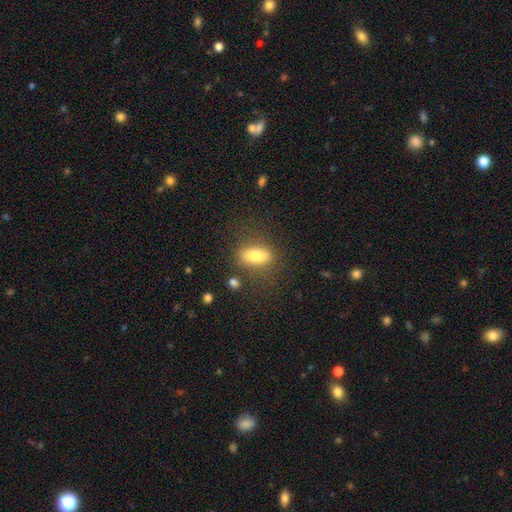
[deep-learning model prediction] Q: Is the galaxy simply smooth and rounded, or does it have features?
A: smooth — 77%.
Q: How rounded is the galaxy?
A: in between — 78%.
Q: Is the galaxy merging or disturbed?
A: none — 77%.